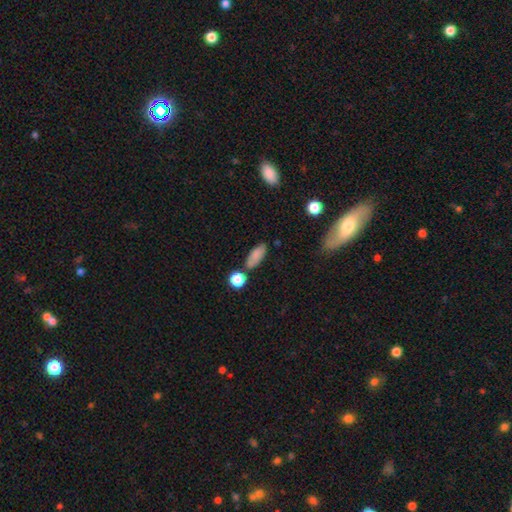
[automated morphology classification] This appears to be a smooth galaxy with no disk features (81%) that is in between round and cigar-shaped (76%). Merging: none (73%).